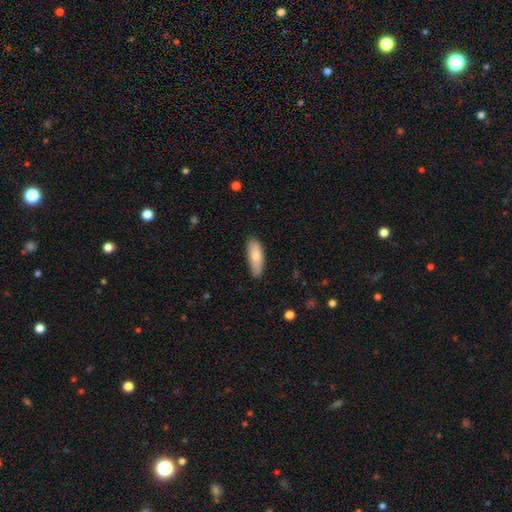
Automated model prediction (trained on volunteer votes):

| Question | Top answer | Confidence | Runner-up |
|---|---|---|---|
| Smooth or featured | smooth | 82% | featured or disk (12%) |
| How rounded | in between | 63% | cigar-shaped (35%) |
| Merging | none | 79% | minor disturbance (17%) |